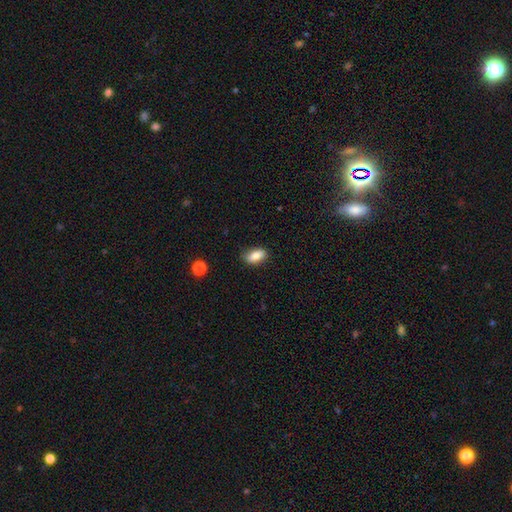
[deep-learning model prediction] Smooth or featured? Predicted: smooth (p=0.81). How rounded? Predicted: in between (p=0.88). Merging? Predicted: none (p=0.82).